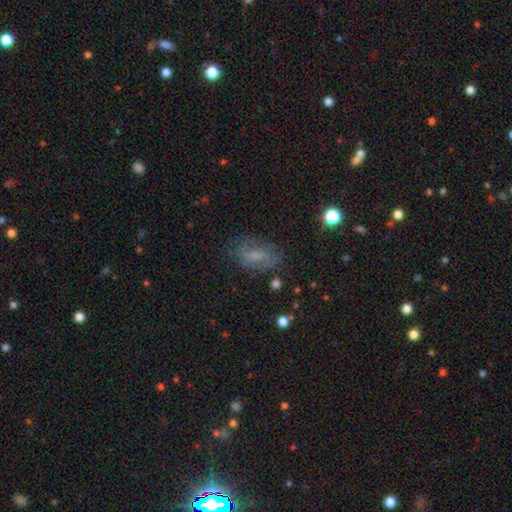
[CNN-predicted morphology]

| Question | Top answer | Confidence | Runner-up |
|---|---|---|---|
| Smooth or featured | smooth | 53% | featured or disk (32%) |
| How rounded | in between | 84% | round (11%) |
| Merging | none | 63% | minor disturbance (22%) |